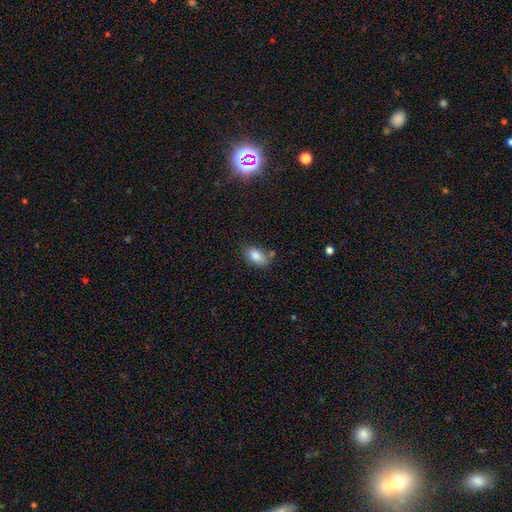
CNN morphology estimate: Smooth or featured?
  - smooth: 84% *
  - star or artifact: 8%
  - featured or disk: 7%
How rounded?
  - in between: 91% *
  - round: 7%
  - cigar-shaped: 3%
Merging?
  - none: 68% *
  - minor disturbance: 20%
  - merger: 8%
  - major disturbance: 4%